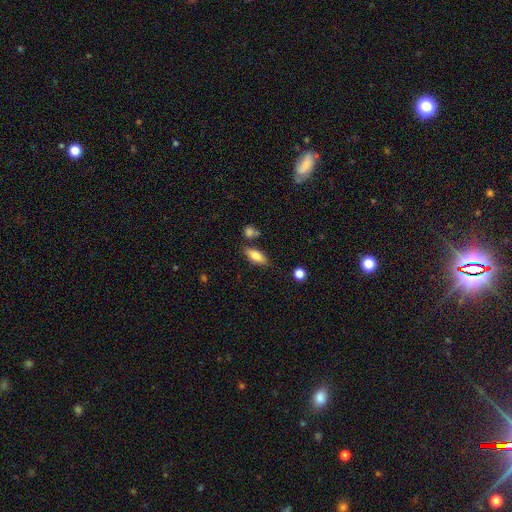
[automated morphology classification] Smooth or featured?
  - smooth: 75% *
  - featured or disk: 18%
  - star or artifact: 7%
How rounded?
  - in between: 74% *
  - cigar-shaped: 24%
  - round: 3%
Merging?
  - none: 75% *
  - minor disturbance: 14%
  - merger: 8%
  - major disturbance: 3%